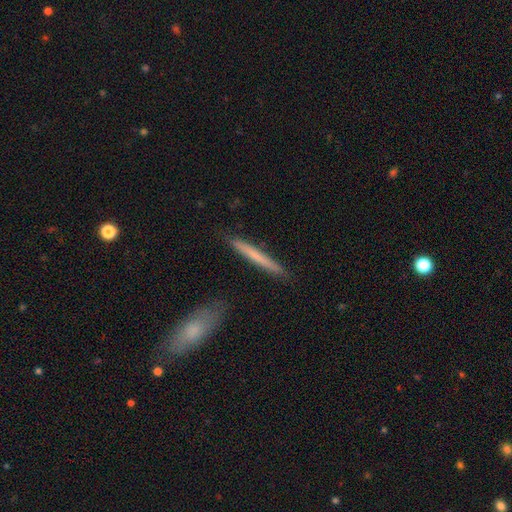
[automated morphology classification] Smooth or featured: smooth — 63% (featured or disk — 31%)
How rounded: cigar-shaped — 96% (in between — 2%)
Merging: none — 88% (minor disturbance — 8%)